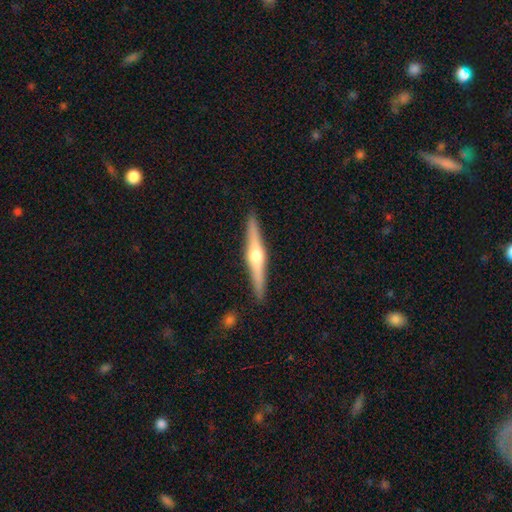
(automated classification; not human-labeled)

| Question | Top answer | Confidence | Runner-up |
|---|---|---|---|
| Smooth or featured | featured or disk | 73% | smooth (22%) |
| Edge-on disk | yes | 98% | no (2%) |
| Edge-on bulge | rounded | 93% | boxy (4%) |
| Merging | none | 91% | minor disturbance (6%) |